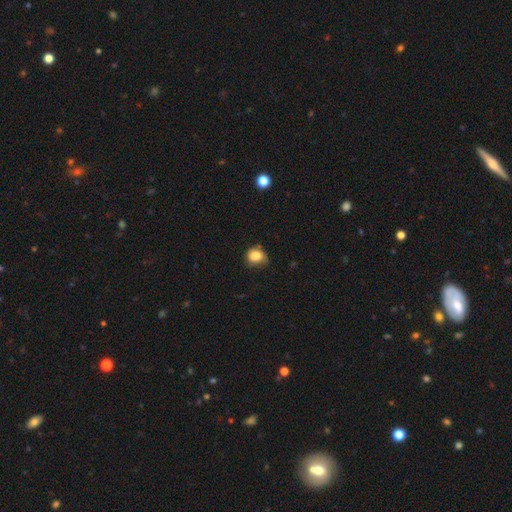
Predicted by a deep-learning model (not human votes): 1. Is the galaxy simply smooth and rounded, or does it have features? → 82% smooth, 10% star or artifact, 8% featured or disk.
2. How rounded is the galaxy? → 63% round, 36% in between, 1% cigar-shaped.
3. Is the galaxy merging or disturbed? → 53% none, 34% minor disturbance, 10% major disturbance, 2% merger.